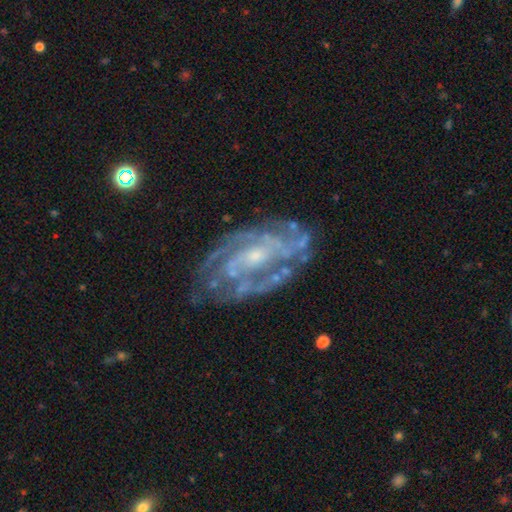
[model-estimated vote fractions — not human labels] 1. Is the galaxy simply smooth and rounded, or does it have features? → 89% featured or disk, 6% star or artifact, 5% smooth.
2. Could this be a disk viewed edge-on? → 96% no, 4% yes.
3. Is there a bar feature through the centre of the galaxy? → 54% no, 35% weak, 11% strong.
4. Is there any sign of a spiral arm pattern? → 94% yes, 6% no.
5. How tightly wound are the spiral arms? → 57% tight, 36% medium, 8% loose.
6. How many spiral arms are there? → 29% 2, 28% can't tell, 20% 3, 11% 4, 6% more than 4, 6% 1.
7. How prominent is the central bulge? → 61% small, 31% moderate, 5% none, 2% large, 1% dominant.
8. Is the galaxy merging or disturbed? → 71% none, 18% minor disturbance, 9% major disturbance, 2% merger.